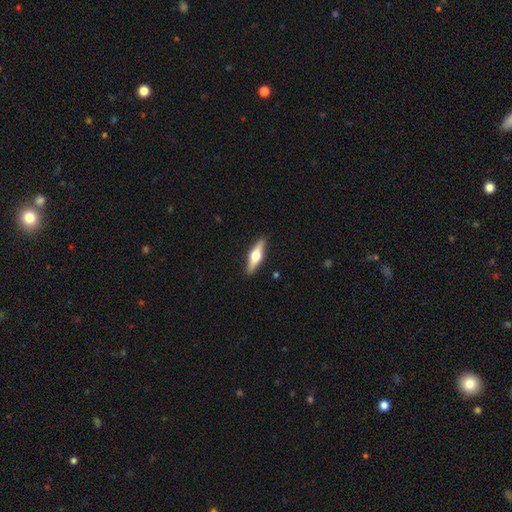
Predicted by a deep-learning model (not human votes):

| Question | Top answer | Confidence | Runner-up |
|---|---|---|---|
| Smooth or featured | featured or disk | 58% | smooth (37%) |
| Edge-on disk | yes | 95% | no (5%) |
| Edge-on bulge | rounded | 95% | boxy (4%) |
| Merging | none | 90% | minor disturbance (7%) |